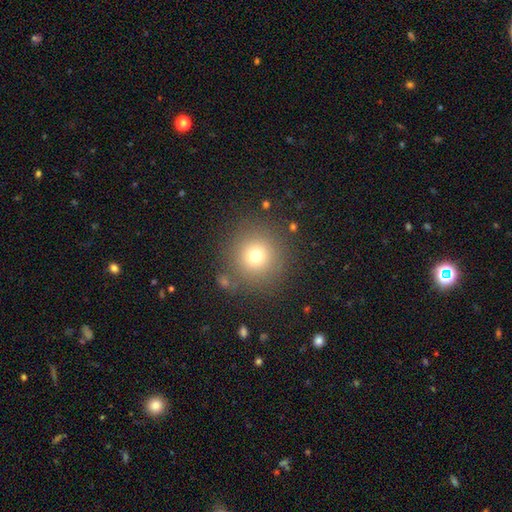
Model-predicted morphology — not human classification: Smooth or featured?
  - smooth: 73% *
  - star or artifact: 15%
  - featured or disk: 11%
How rounded?
  - round: 95% *
  - in between: 4%
  - cigar-shaped: 1%
Merging?
  - none: 85% *
  - minor disturbance: 8%
  - major disturbance: 4%
  - merger: 3%